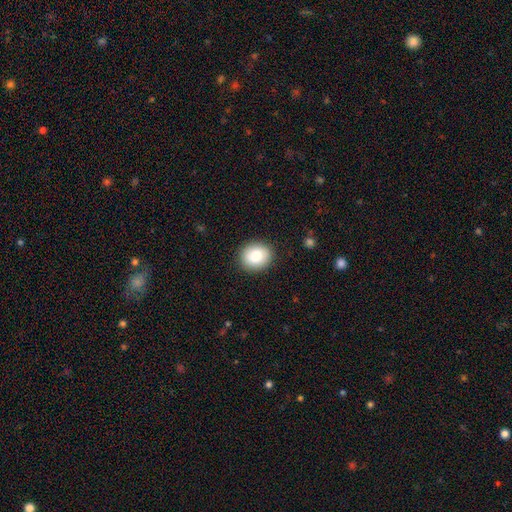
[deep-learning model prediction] Smooth or featured? smooth (82%)
How rounded? round (71%)
Merging? none (90%)